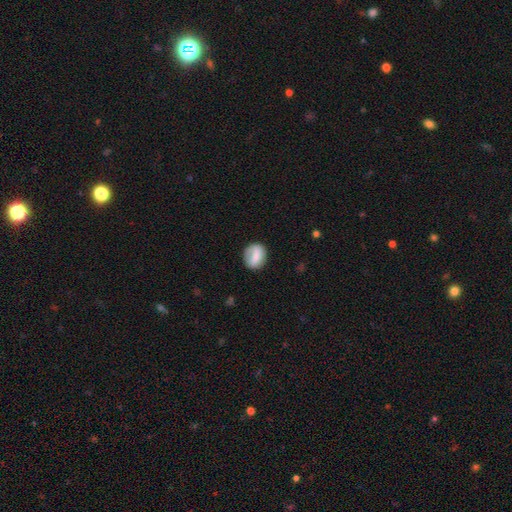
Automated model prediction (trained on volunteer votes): A smooth galaxy with no disk features (72%) that is round (55%). Merging: none (73%).